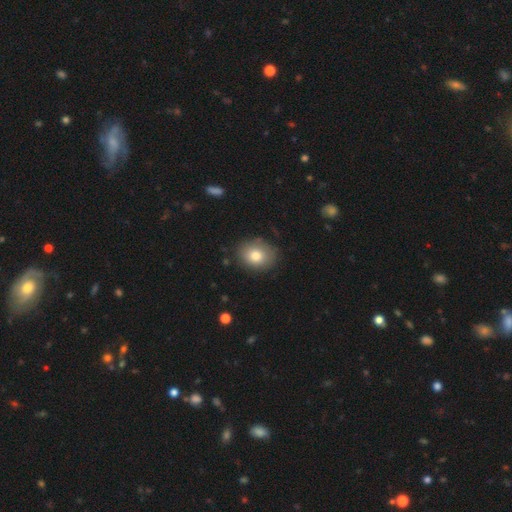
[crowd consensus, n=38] smooth 92%, featured or disk 8%, star or artifact 0%. Down the decision tree: how rounded — in between (51%); merging — none (82%).